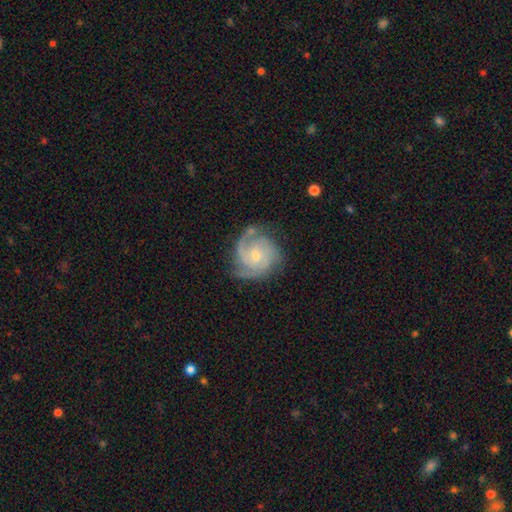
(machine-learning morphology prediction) This appears to be a featured or disk galaxy (88%) with no bar (66%), 3 (43%) tight (57%) spiral arms (98%) and a small central bulge (66%). Merging: none (71%).